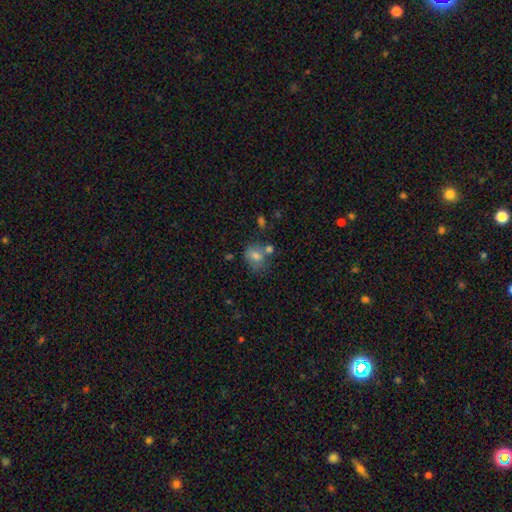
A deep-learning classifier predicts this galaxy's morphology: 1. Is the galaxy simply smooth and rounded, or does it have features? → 73% smooth, 16% featured or disk, 11% star or artifact.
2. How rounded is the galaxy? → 53% in between, 46% round, 1% cigar-shaped.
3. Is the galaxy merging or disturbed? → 46% none, 25% merger, 20% minor disturbance, 9% major disturbance.